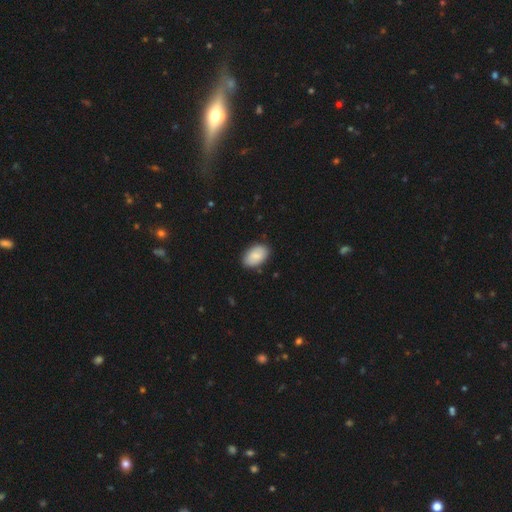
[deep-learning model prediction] A smooth galaxy with no disk features (85%) that is in between round and cigar-shaped (93%).

Vote fractions:
- Smooth or featured? smooth: 85% / featured or disk: 9% / star or artifact: 6%
- How rounded? in between: 93% / round: 6% / cigar-shaped: 1%
- Merging? none: 85% / minor disturbance: 11% / major disturbance: 2% / merger: 1%